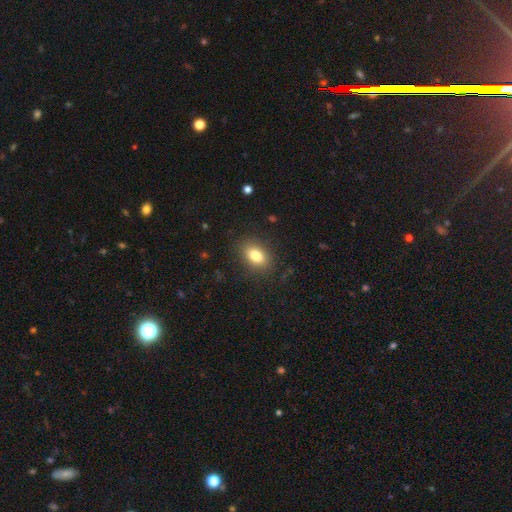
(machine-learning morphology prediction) Smooth or featured?
  - smooth: 82% *
  - featured or disk: 9%
  - star or artifact: 9%
How rounded?
  - in between: 82% *
  - round: 16%
  - cigar-shaped: 2%
Merging?
  - none: 85% *
  - minor disturbance: 10%
  - major disturbance: 4%
  - merger: 1%